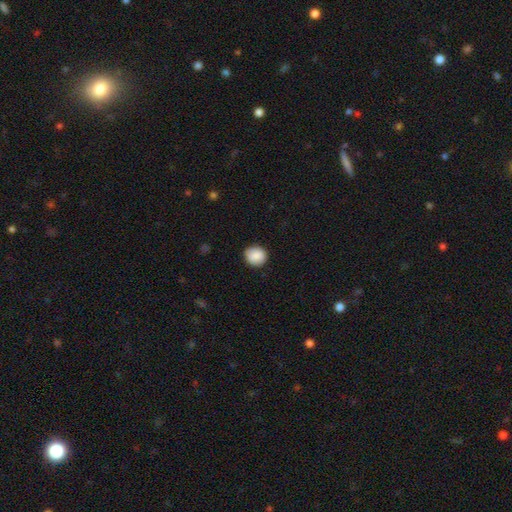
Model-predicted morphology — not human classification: A smooth galaxy with no disk features (88%) that is round (83%). Merging: none (88%).